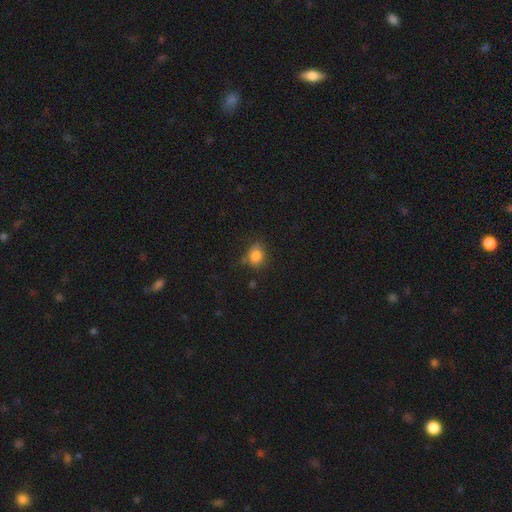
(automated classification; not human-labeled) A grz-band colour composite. It shows a smooth galaxy with no disk features (83%) that is round (53%). Merging: none (64%).